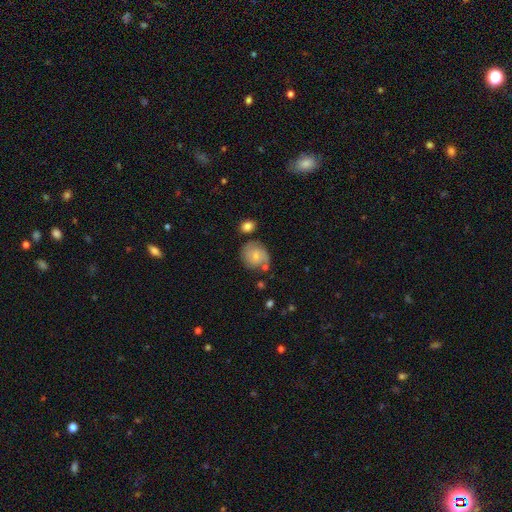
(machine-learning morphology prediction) smooth-or-featured: smooth: 62% | featured or disk: 30% | star or artifact: 8%
  how-rounded: round: 76% | in between: 22% | cigar-shaped: 1%
  merging: none: 62% | minor disturbance: 22% | merger: 10% | major disturbance: 6%